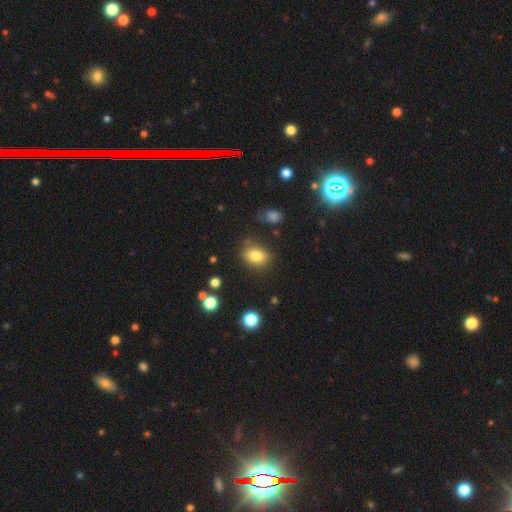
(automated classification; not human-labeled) The model was most divided on "how rounded": in between: 73%, round: 26%, cigar-shaped: 1%. More confident: smooth or featured — smooth (82%); merging — none (76%).